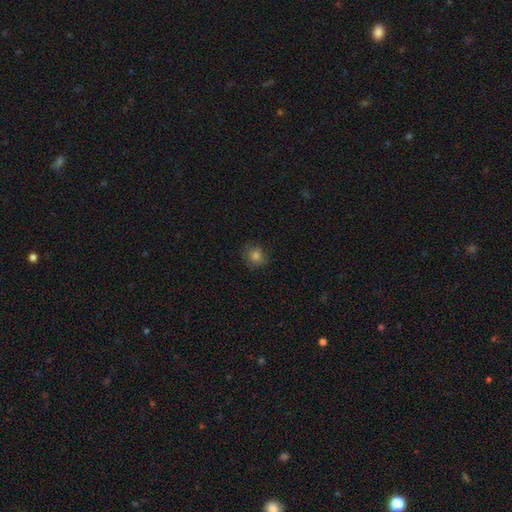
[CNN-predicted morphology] This appears to be a smooth galaxy with no disk features (81%) that is round (82%). Merging: none (81%).